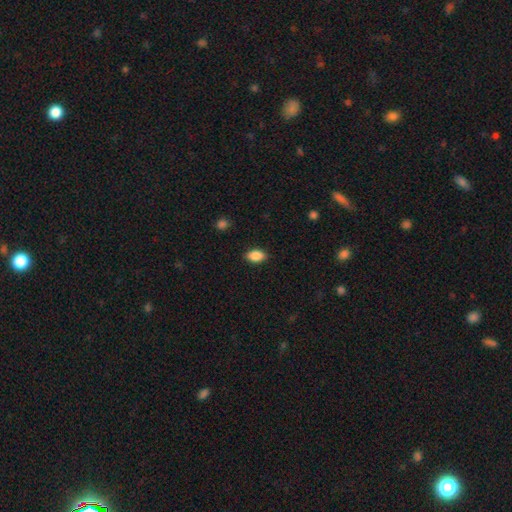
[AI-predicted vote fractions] This appears to be a smooth galaxy with no disk features (88%) that is in between round and cigar-shaped (90%). Merging: none (88%).